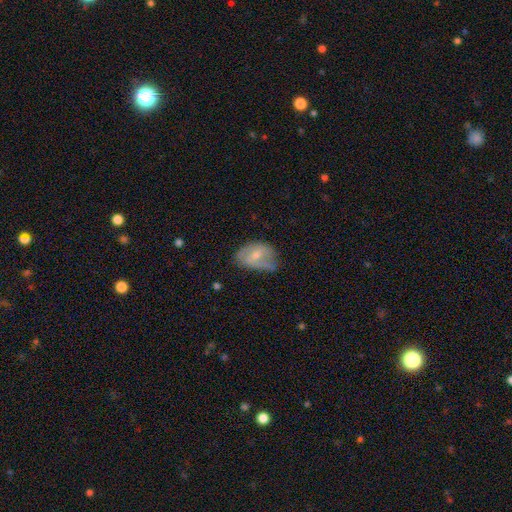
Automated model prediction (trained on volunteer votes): smooth 55%, featured or disk 38%, star or artifact 7%. Down the decision tree: how rounded — in between (85%); merging — minor disturbance (41%).